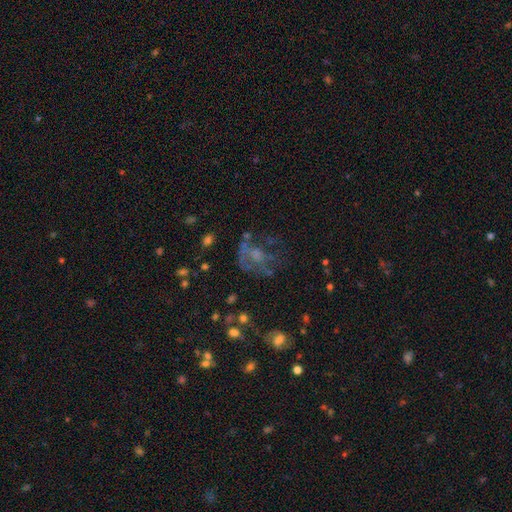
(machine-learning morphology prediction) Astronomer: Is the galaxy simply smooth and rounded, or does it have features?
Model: featured or disk — 48% (runner-up: smooth, 31%).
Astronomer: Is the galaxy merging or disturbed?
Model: major disturbance — 37%, tied with none at 37%.